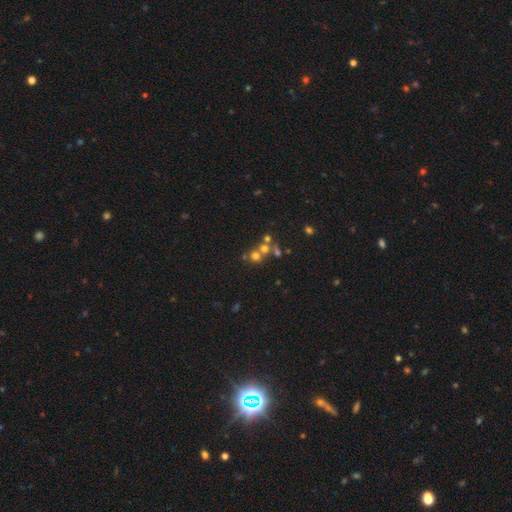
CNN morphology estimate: smooth 56%, star or artifact 24%, featured or disk 19%. Down the decision tree: how rounded — round (84%); merging — merger (45%).